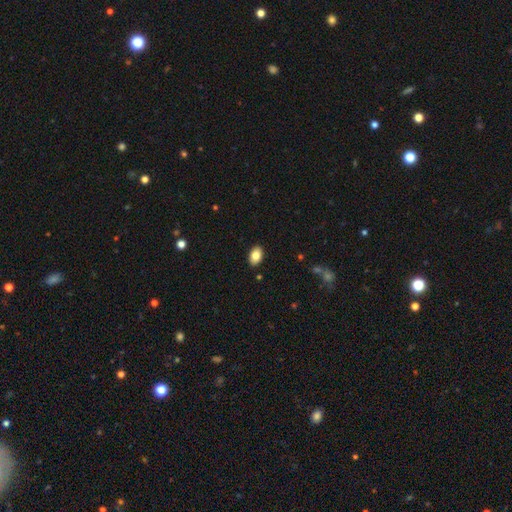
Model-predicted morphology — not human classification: A smooth galaxy with no disk features (83%) that is in between round and cigar-shaped (89%).

Vote fractions:
- Smooth or featured? smooth: 83% / featured or disk: 10% / star or artifact: 8%
- How rounded? in between: 89% / round: 10% / cigar-shaped: 1%
- Merging? none: 90% / minor disturbance: 8% / major disturbance: 2% / merger: 1%